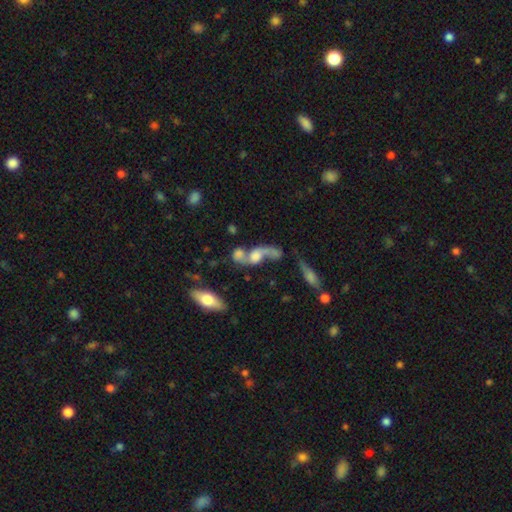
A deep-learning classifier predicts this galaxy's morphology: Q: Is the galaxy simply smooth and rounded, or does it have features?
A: featured or disk — 63%.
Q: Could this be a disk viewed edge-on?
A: no — 79%.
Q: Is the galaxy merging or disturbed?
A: merger — 42%.